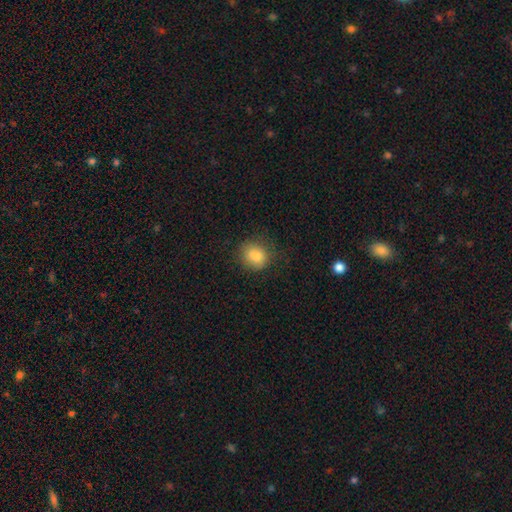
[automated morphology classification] Q: Smooth or featured?
A: smooth (85%); runner-up: star or artifact (10%)
Q: How rounded?
A: round (71%); runner-up: in between (28%)
Q: Merging?
A: none (82%); runner-up: minor disturbance (13%)